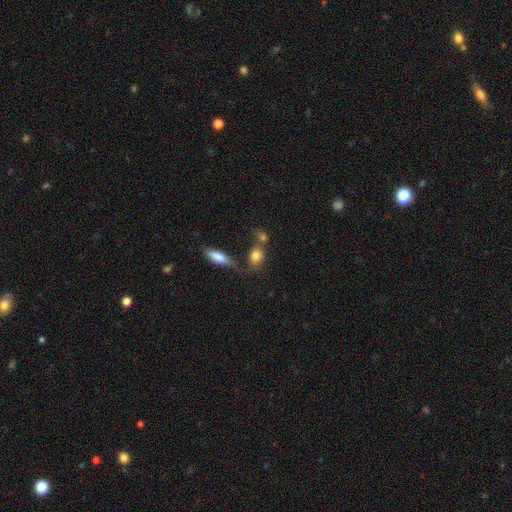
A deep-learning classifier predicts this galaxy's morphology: smooth 79%, featured or disk 11%, star or artifact 10%. Down the decision tree: how rounded — in between (53%); merging — none (49%).